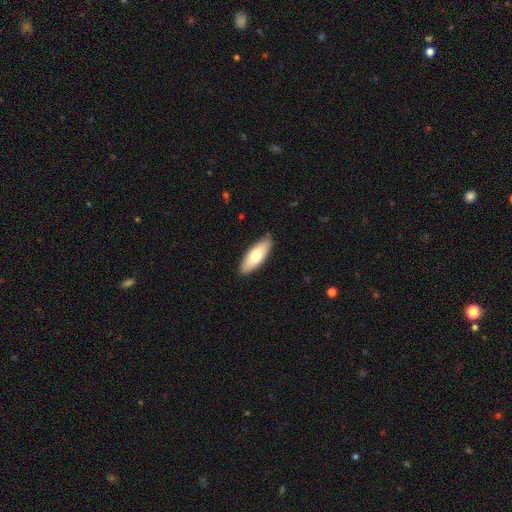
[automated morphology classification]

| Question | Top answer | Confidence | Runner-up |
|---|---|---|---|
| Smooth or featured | smooth | 70% | featured or disk (24%) |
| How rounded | in between | 67% | cigar-shaped (31%) |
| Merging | none | 87% | minor disturbance (10%) |